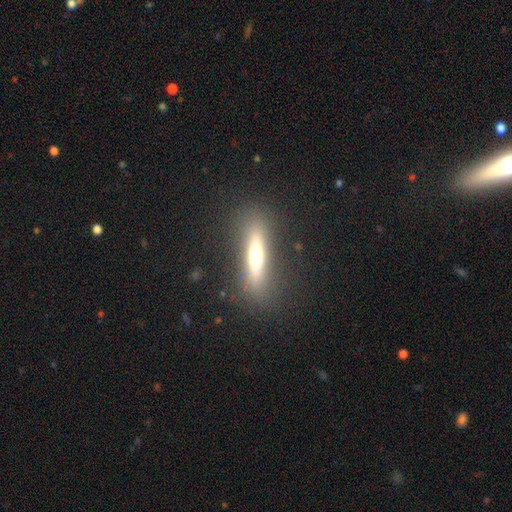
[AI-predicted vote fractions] smooth-or-featured: smooth: 46% | featured or disk: 45% | star or artifact: 9%
  merging: none: 85% | minor disturbance: 9% | major disturbance: 5% | merger: 1%